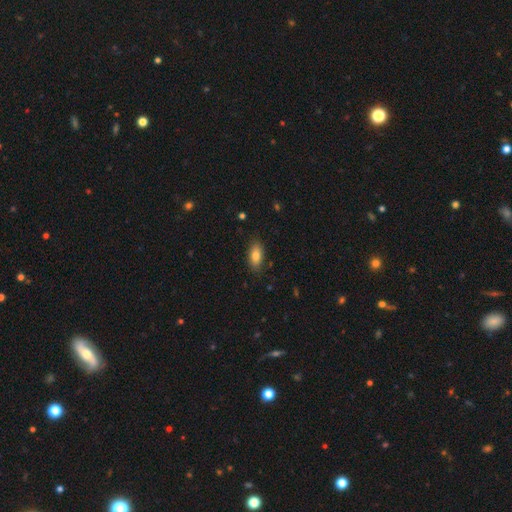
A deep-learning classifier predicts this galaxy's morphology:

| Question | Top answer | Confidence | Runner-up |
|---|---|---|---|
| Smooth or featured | smooth | 81% | featured or disk (12%) |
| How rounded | in between | 87% | cigar-shaped (10%) |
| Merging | none | 84% | minor disturbance (12%) |